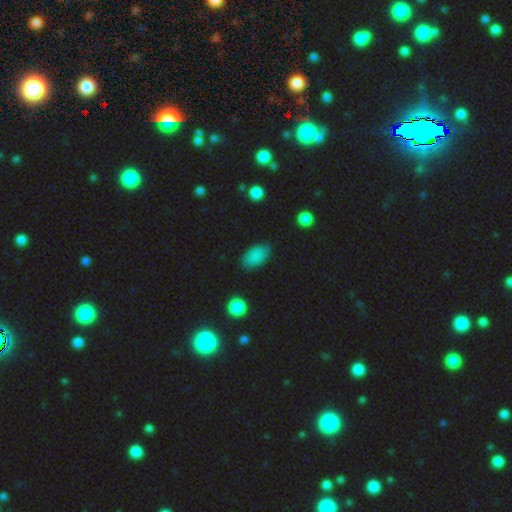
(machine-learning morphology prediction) This is clearly a smooth galaxy (85%). How rounded: clearly in between (93%). Merging: clearly none (81%).